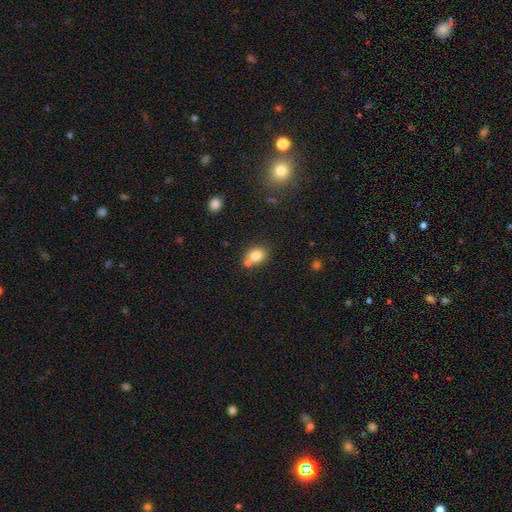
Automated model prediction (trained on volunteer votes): The model was most divided on "how rounded": round: 53%, in between: 46%, cigar-shaped: 1%. More confident: smooth or featured — smooth (80%); merging — none (57%).